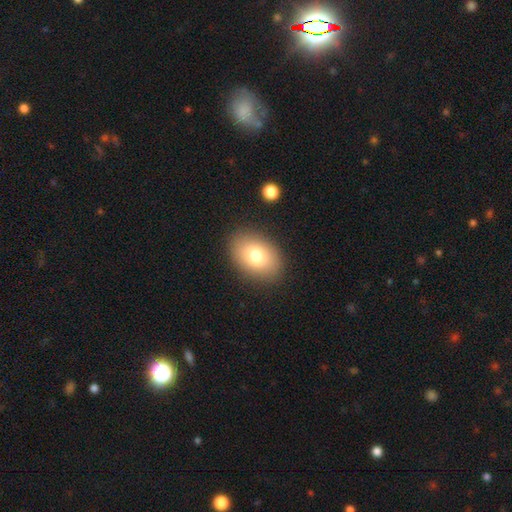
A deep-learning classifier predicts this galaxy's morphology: smooth 78%, featured or disk 13%, star or artifact 9%. Down the decision tree: how rounded — in between (80%); merging — none (87%).